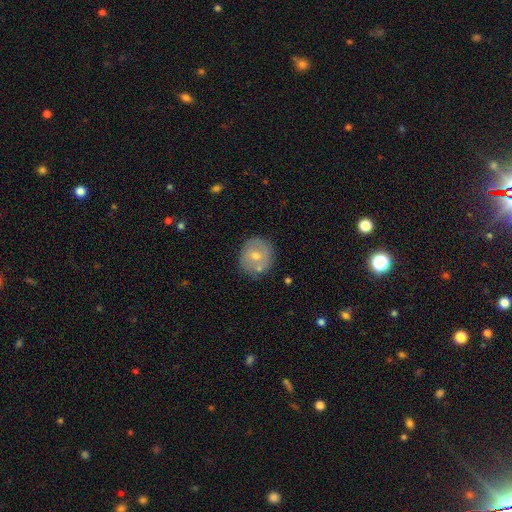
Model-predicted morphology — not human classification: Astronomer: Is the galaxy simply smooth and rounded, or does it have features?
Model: smooth — 56% (runner-up: featured or disk, 34%).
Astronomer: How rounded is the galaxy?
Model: round — 87%.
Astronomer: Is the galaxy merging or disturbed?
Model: none — 77%.